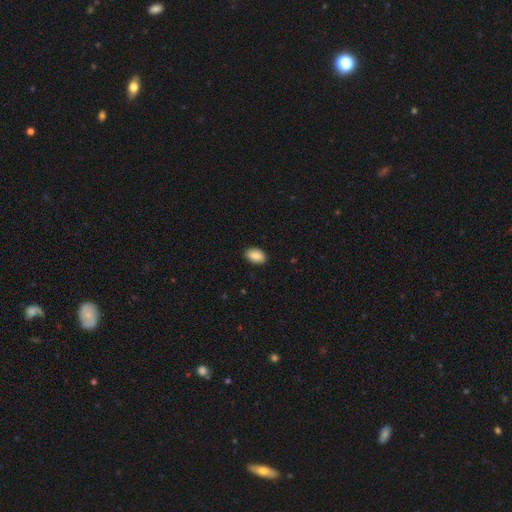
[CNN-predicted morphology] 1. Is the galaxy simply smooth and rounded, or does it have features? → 89% smooth, 7% star or artifact, 4% featured or disk.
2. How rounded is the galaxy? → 92% in between, 7% round, 2% cigar-shaped.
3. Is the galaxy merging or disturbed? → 88% none, 10% minor disturbance, 2% major disturbance, 1% merger.